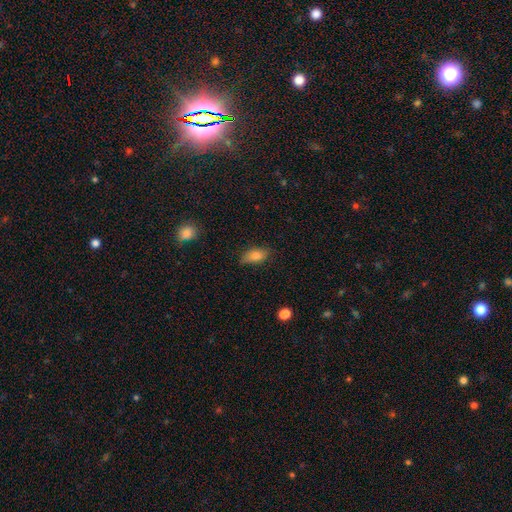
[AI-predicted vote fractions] A smooth galaxy with no disk features (80%) that is in between round and cigar-shaped (88%). Merging: none (72%).